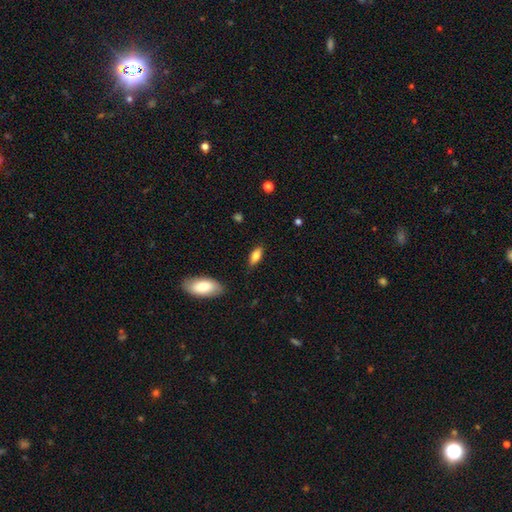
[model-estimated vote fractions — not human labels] Morphology: type=smooth (79%); roundness=in between (79%); merging=none (83%).